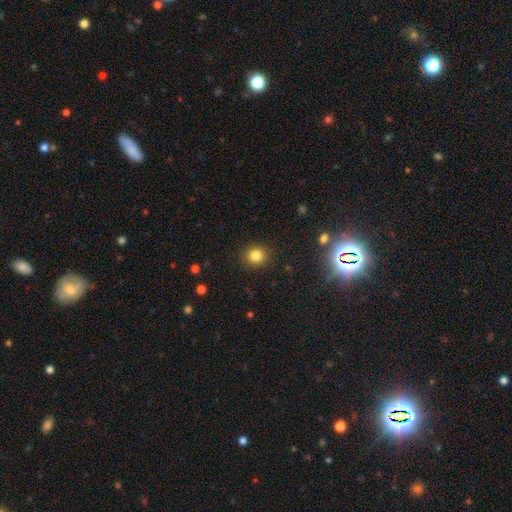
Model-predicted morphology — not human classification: The model was most divided on "smooth or featured": smooth: 82%, star or artifact: 12%, featured or disk: 5%. More confident: merging — none (90%); how rounded — round (87%).